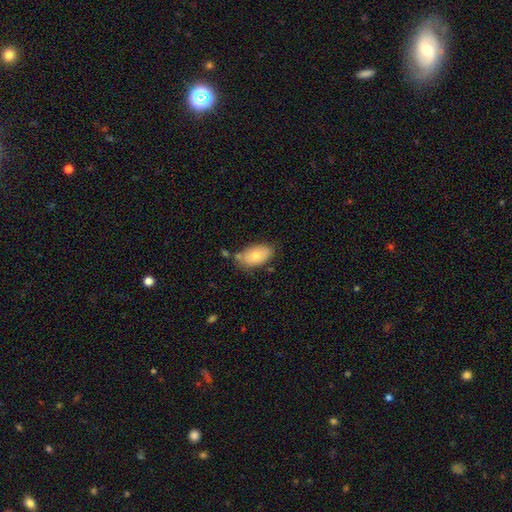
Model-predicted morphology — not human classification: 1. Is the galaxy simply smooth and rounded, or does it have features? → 77% smooth, 16% featured or disk, 7% star or artifact.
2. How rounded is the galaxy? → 93% in between, 5% round, 2% cigar-shaped.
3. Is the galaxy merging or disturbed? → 67% none, 21% minor disturbance, 7% merger, 4% major disturbance.